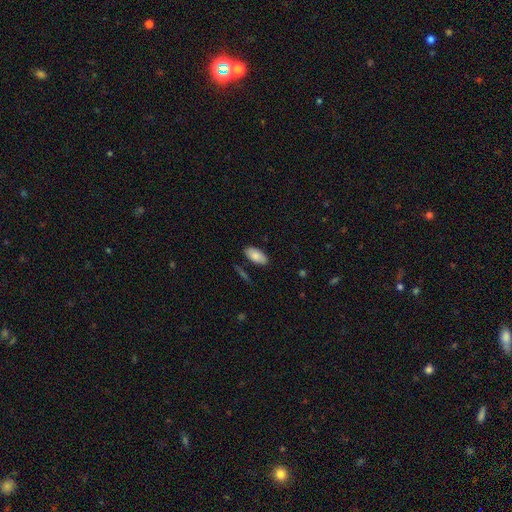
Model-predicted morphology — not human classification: A smooth galaxy with no disk features (83%) that is in between round and cigar-shaped (93%). Merging: none (83%).